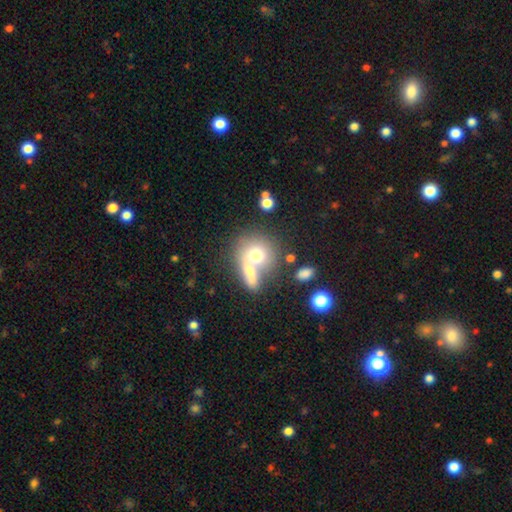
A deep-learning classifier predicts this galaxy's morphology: Smooth or featured? smooth (69%)
How rounded? round (75%)
Merging? merger (53%)